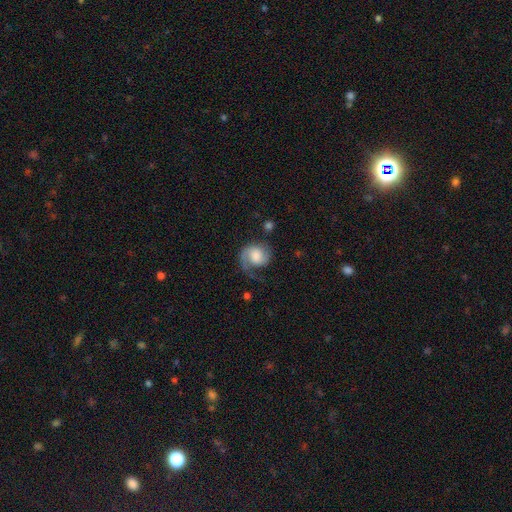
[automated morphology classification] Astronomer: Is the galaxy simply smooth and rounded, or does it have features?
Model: featured or disk — 73%.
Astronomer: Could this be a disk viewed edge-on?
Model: no — 98%.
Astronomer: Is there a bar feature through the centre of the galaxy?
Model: no — 65%.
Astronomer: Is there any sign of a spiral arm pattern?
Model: yes — 95%.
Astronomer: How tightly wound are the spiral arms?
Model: medium — 42% (runner-up: loose, 31%).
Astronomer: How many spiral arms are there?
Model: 1 — 50% (runner-up: 2, 45%).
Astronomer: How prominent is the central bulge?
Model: large — 38% (runner-up: moderate, 22%).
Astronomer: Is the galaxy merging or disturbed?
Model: none — 50%.